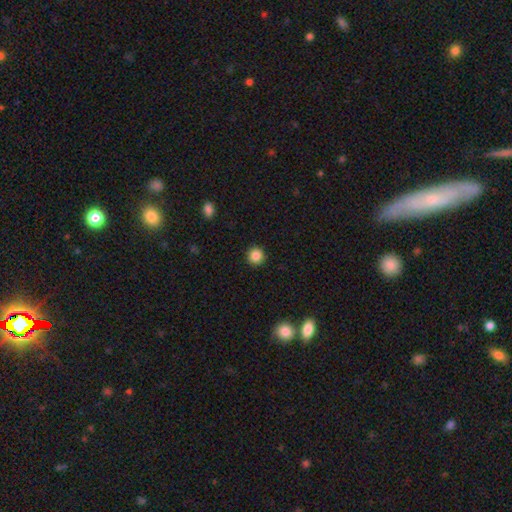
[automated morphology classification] This is clearly a smooth galaxy (85%). How rounded: clearly round (95%). Merging: clearly none (93%).